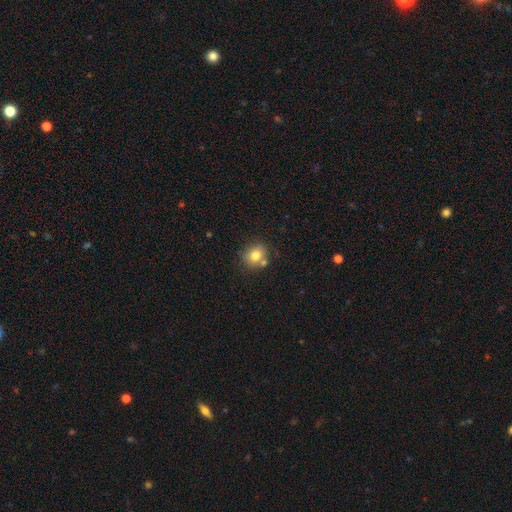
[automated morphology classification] smooth 78%, featured or disk 11%, star or artifact 11%. Down the decision tree: how rounded — round (70%); merging — none (68%).